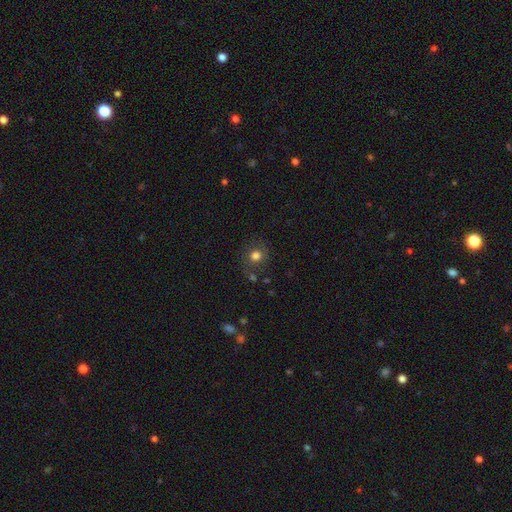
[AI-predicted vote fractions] smooth_or_featured: smooth (p=0.75) [alt: star or artifact p=0.15]
how_rounded: round (p=0.82) [alt: in between p=0.17]
merging: none (p=0.77) [alt: minor disturbance p=0.13]